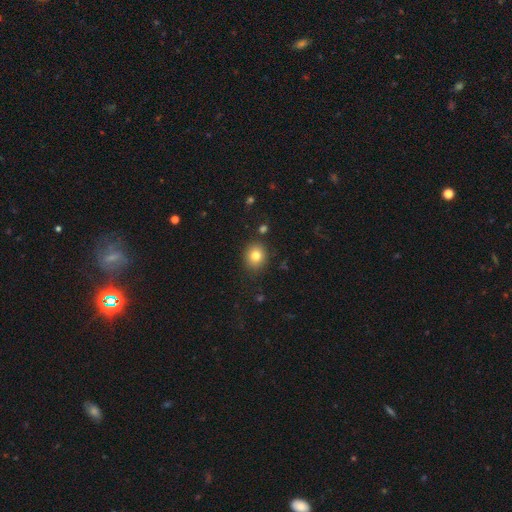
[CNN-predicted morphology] Smooth or featured? Predicted: smooth (p=0.80). How rounded? Predicted: round (p=0.71). Merging? Predicted: none (p=0.86).